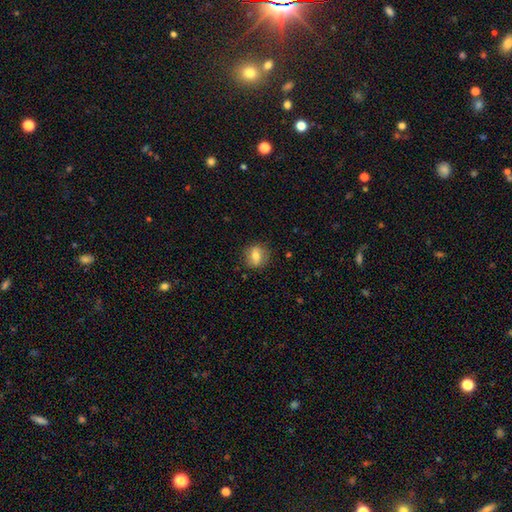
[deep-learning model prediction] Overall: smooth (67%). How rounded: round (68%; in between 30%). Merging: none (83%).